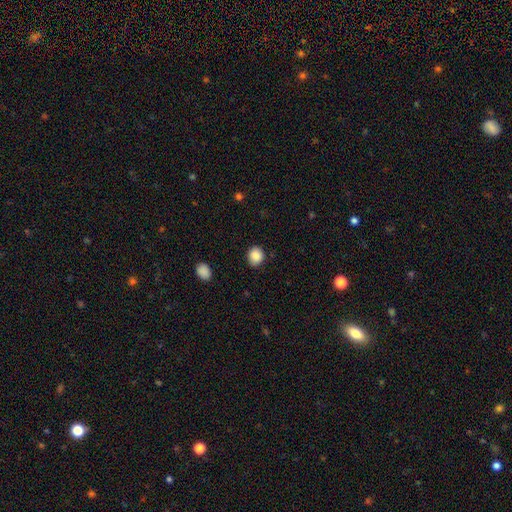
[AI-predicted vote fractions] Smooth or featured? smooth (88%)
How rounded? round (70%)
Merging? none (86%)